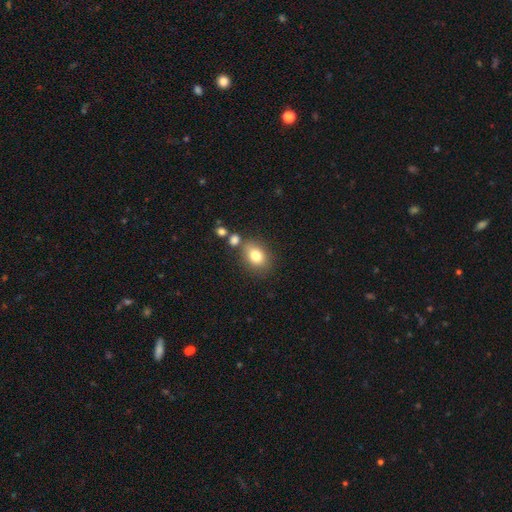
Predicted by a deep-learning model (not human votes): smooth 80%, featured or disk 10%, star or artifact 9%. Down the decision tree: how rounded — in between (67%); merging — none (67%).